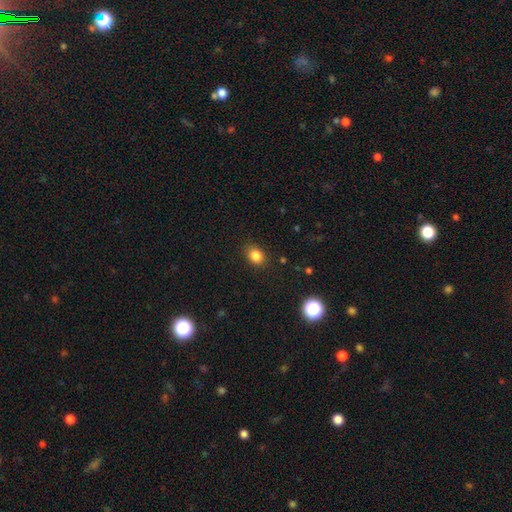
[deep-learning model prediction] smooth 84%, star or artifact 12%, featured or disk 5%. Down the decision tree: how rounded — in between (58%); merging — none (86%).